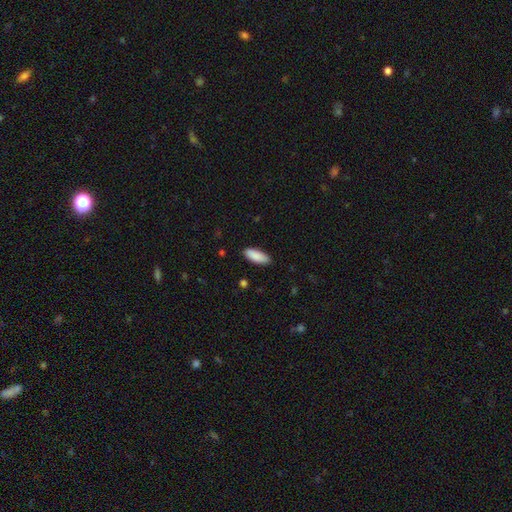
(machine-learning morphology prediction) A smooth galaxy with no disk features (89%) that is in between round and cigar-shaped (74%). Merging: none (87%).